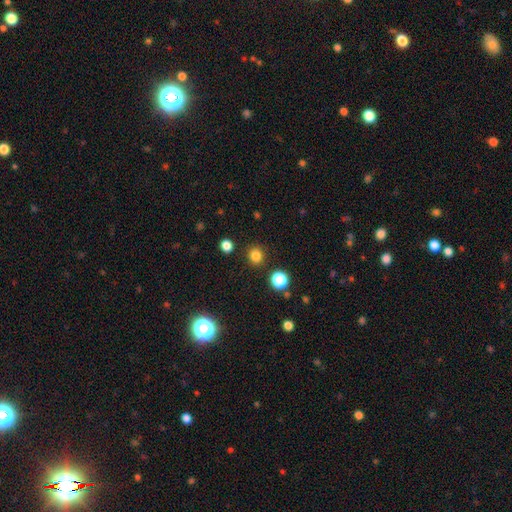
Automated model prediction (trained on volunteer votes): Smooth or featured?
  - smooth: 82% *
  - star or artifact: 14%
  - featured or disk: 4%
How rounded?
  - round: 91% *
  - in between: 8%
  - cigar-shaped: 1%
Merging?
  - none: 90% *
  - minor disturbance: 6%
  - merger: 2%
  - major disturbance: 2%